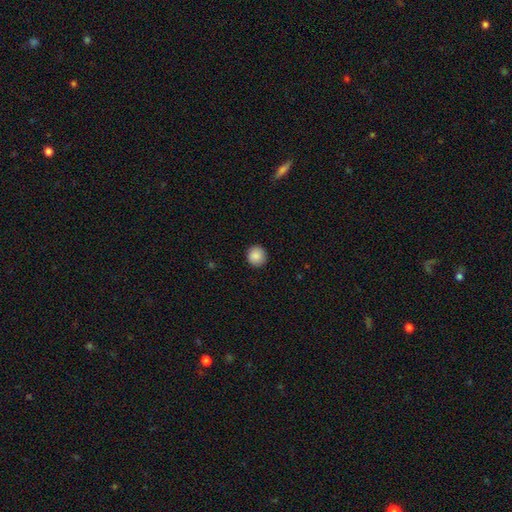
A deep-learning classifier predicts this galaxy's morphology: Overall: smooth (89%). How rounded: round (94%). Merging: none (92%).